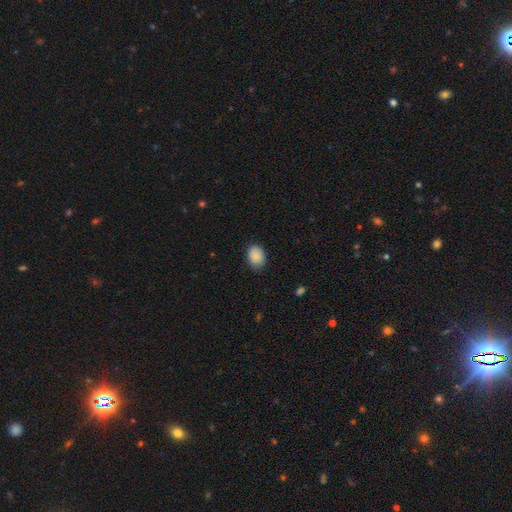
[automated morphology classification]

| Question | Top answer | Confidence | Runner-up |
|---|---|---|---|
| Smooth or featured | smooth | 89% | star or artifact (7%) |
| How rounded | in between | 71% | round (28%) |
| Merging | none | 81% | minor disturbance (15%) |